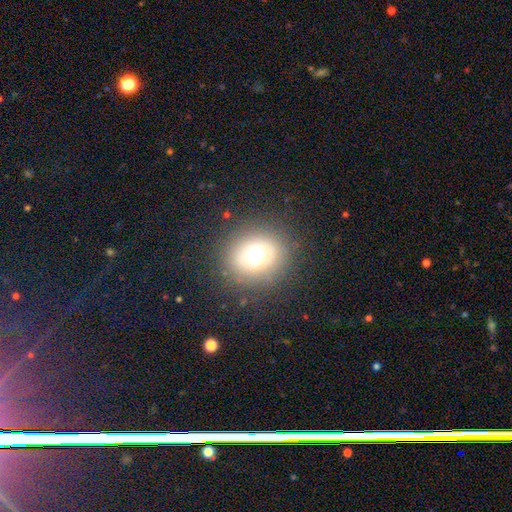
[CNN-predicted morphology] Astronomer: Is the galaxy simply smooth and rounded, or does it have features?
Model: smooth — 62%.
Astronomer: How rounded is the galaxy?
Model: round — 76%.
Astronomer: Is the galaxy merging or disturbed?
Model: none — 81%.